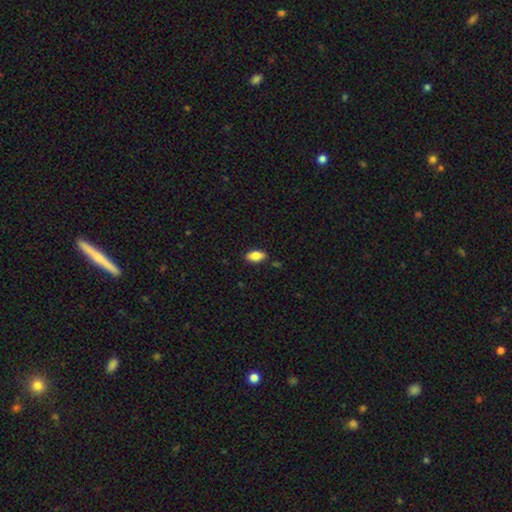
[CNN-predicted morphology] Smooth or featured?
  - smooth: 83% *
  - featured or disk: 10%
  - star or artifact: 8%
How rounded?
  - in between: 90% *
  - cigar-shaped: 6%
  - round: 4%
Merging?
  - none: 84% *
  - minor disturbance: 12%
  - major disturbance: 2%
  - merger: 2%